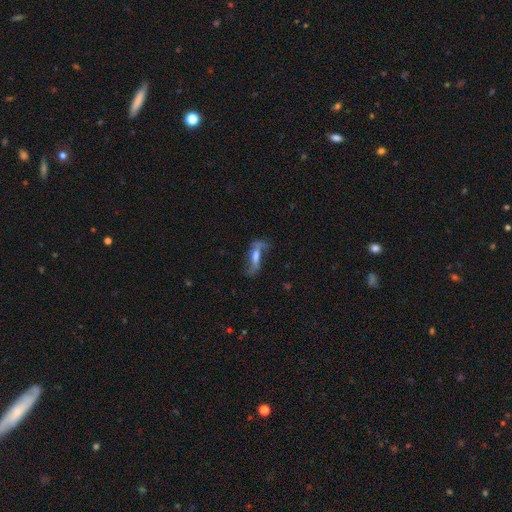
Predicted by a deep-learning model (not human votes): Q: Smooth or featured?
A: featured or disk (56%); runner-up: smooth (35%)
Q: Edge-on disk?
A: no (66%); runner-up: yes (34%)
Q: Merging?
A: none (46%); runner-up: major disturbance (26%)